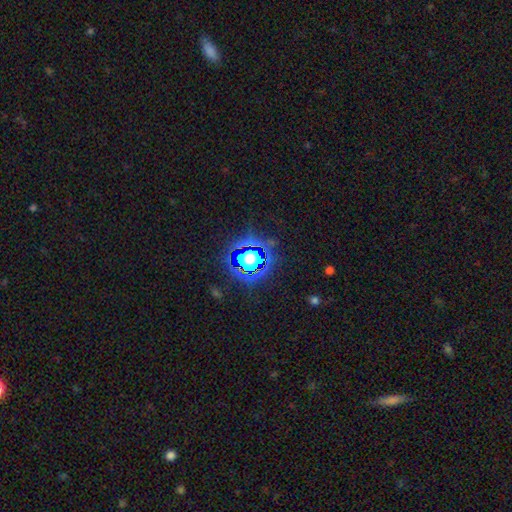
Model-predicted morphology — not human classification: This appears to be a star or artifact, not a galaxy (77%).